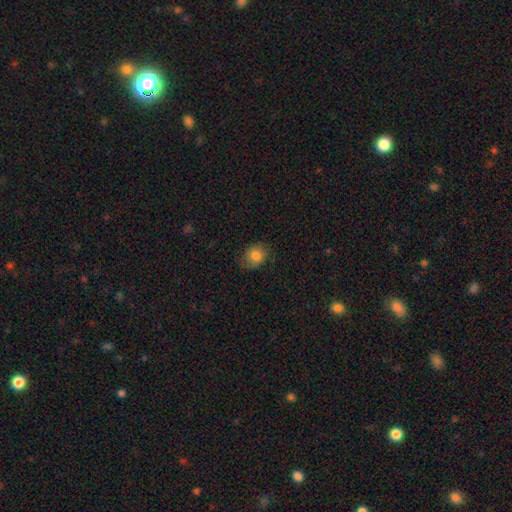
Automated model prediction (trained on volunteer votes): Morphology: type=smooth (79%); roundness=round (50%, tied with in between); merging=none (73%).